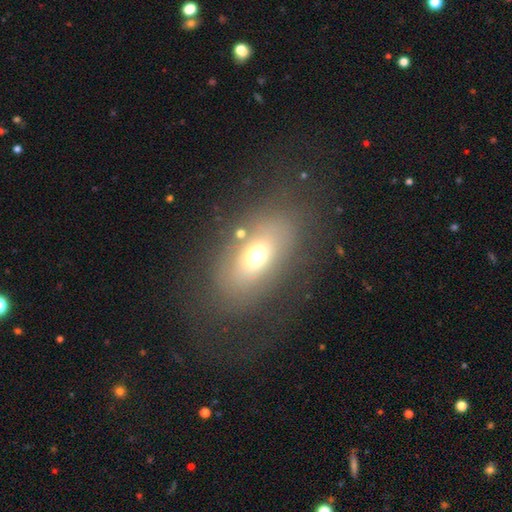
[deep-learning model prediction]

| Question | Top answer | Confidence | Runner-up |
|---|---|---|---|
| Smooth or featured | smooth | 59% | featured or disk (24%) |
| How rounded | in between | 77% | round (19%) |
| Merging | none | 72% | minor disturbance (13%) |